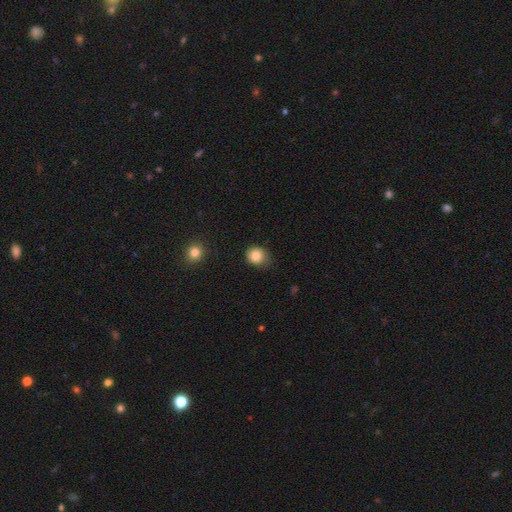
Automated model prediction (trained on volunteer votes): This is clearly a smooth galaxy (83%). How rounded: likely round (78%). Merging: likely none (72%).